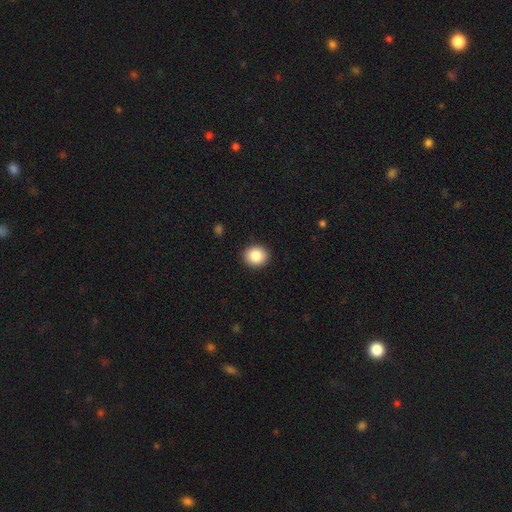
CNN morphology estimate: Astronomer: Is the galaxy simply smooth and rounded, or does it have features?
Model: smooth — 86%.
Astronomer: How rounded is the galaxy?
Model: round — 76%.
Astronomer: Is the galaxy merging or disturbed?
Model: none — 91%.